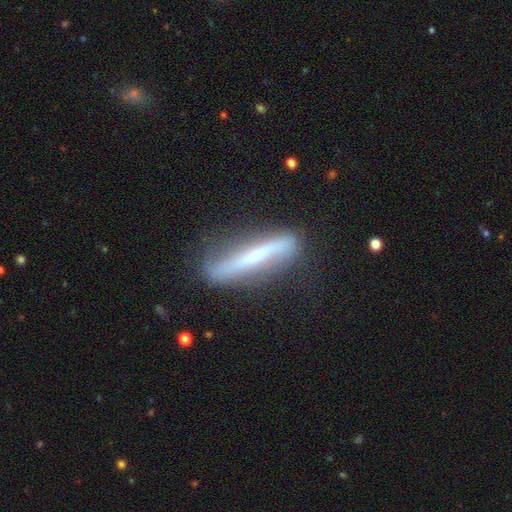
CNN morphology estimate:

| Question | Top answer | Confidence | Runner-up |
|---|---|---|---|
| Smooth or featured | featured or disk | 64% | smooth (29%) |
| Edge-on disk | yes | 74% | no (26%) |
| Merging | none | 75% | minor disturbance (17%) |